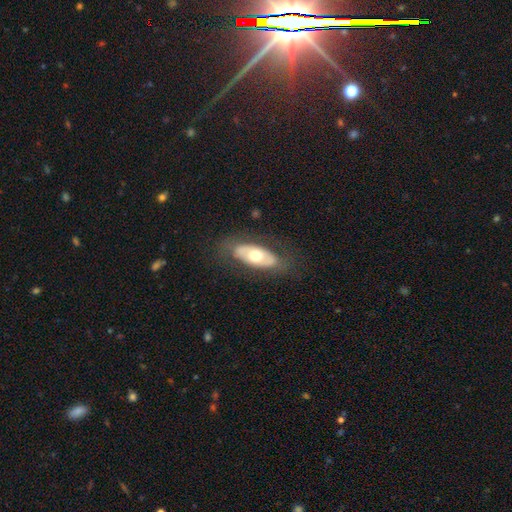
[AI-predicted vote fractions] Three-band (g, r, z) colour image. It shows a smooth galaxy with no disk features (48%). Merging: none (78%).